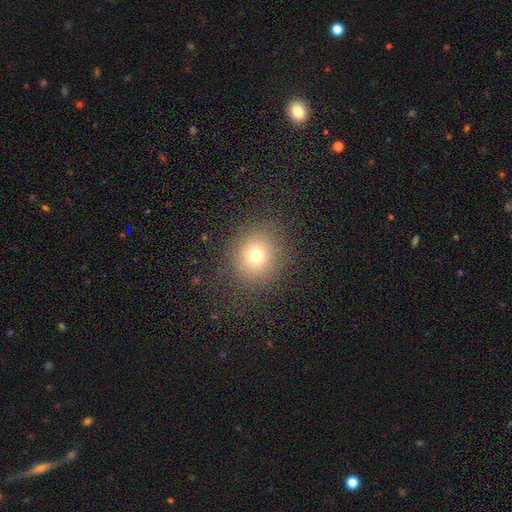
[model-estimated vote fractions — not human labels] Overall: smooth (72%). How rounded: round (84%). Merging: none (83%).